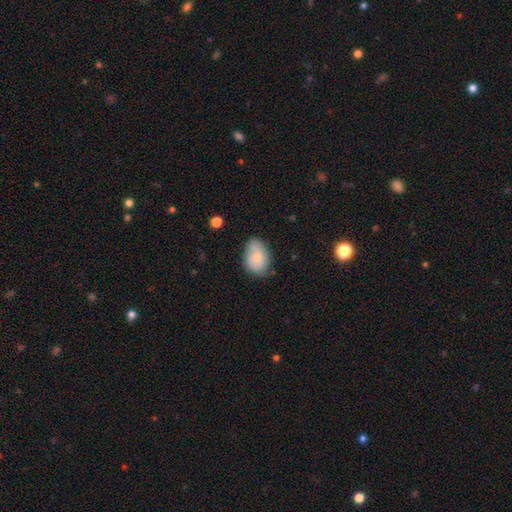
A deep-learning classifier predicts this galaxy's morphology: A smooth galaxy with no disk features (74%) that is in between round and cigar-shaped (80%). Merging: none (59%).